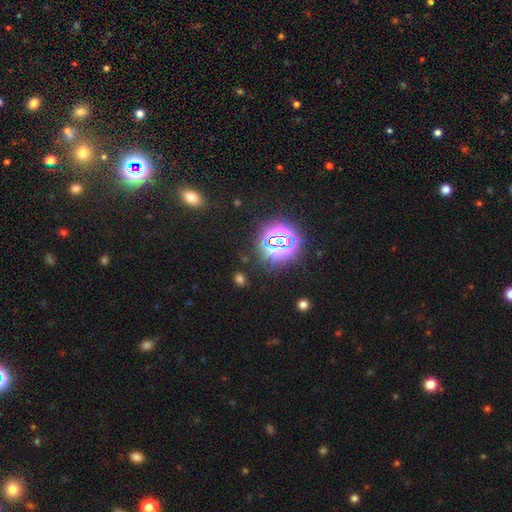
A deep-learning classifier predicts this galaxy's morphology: Smooth or featured: star or artifact — 74% (smooth — 17%)